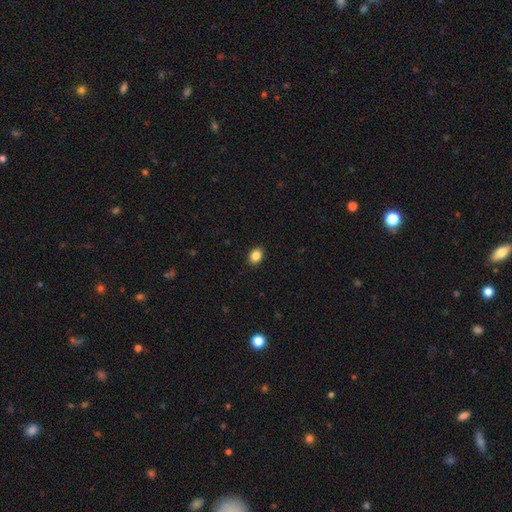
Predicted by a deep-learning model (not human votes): A smooth galaxy with no disk features (87%) that is in between round and cigar-shaped (61%). Merging: none (91%).